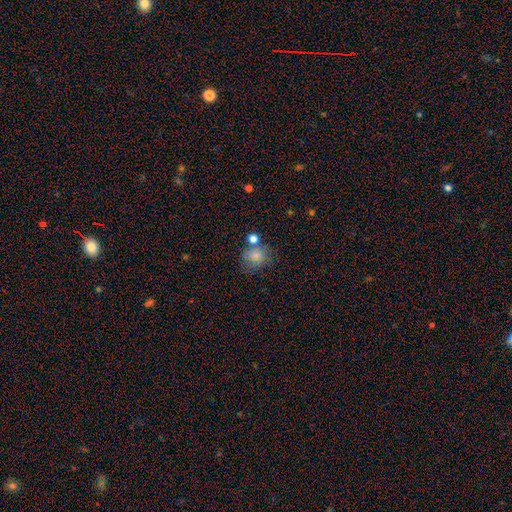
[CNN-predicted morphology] Overall: smooth (75%). How rounded: round (66%; in between 33%). Merging: none (57%; minor disturbance 18%).